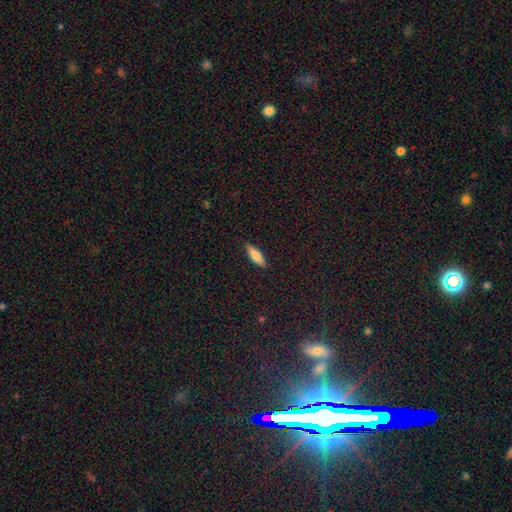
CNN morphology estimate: This is likely a smooth galaxy (78%). How rounded: possibly cigar-shaped (53%). Merging: clearly none (88%).